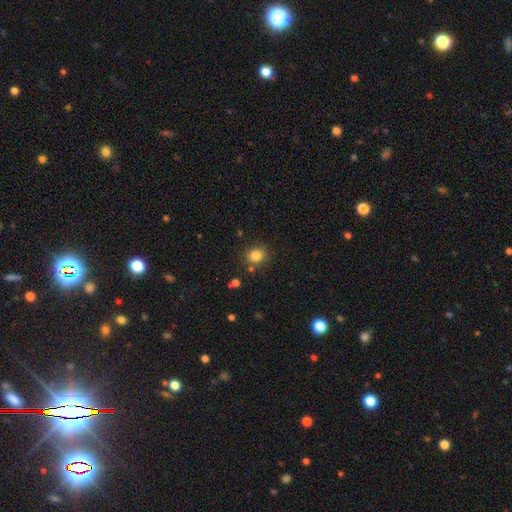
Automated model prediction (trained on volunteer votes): This appears to be a smooth galaxy with no disk features (83%) that is round (84%). Merging: none (81%).